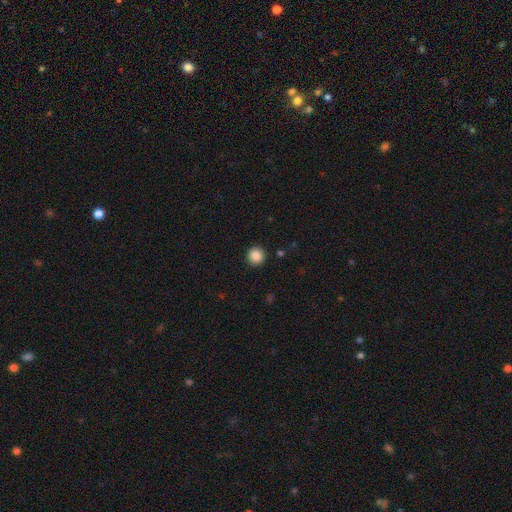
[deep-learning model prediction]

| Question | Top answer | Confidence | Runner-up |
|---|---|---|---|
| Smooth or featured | smooth | 88% | star or artifact (9%) |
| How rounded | round | 95% | in between (4%) |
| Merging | none | 92% | minor disturbance (5%) |